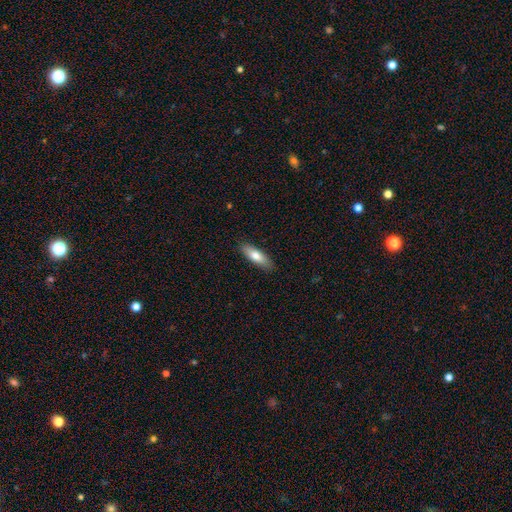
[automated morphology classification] Smooth or featured? smooth (74%)
How rounded? in between (51%)
Merging? none (88%)